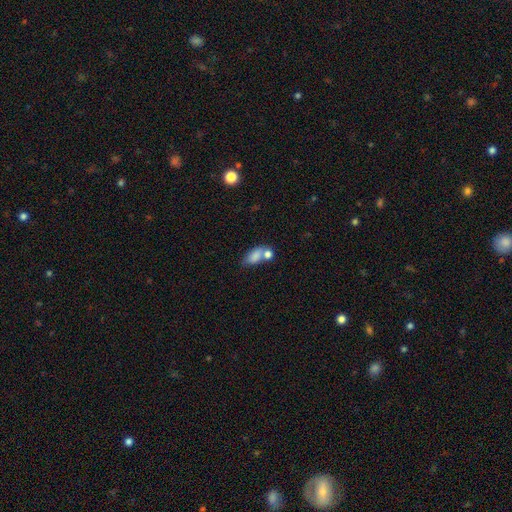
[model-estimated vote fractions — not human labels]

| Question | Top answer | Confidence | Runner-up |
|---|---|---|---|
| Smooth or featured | smooth | 79% | featured or disk (12%) |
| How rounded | in between | 85% | round (8%) |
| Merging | merger | 43% | none (36%) |